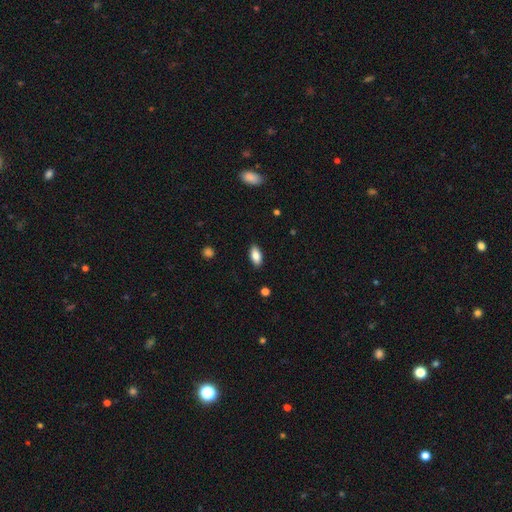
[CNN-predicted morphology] A smooth galaxy with no disk features (84%) that is in between round and cigar-shaped (90%).

Vote fractions:
- Smooth or featured? smooth: 84% / featured or disk: 9% / star or artifact: 7%
- How rounded? in between: 90% / cigar-shaped: 7% / round: 3%
- Merging? none: 88% / minor disturbance: 9% / major disturbance: 2% / merger: 1%